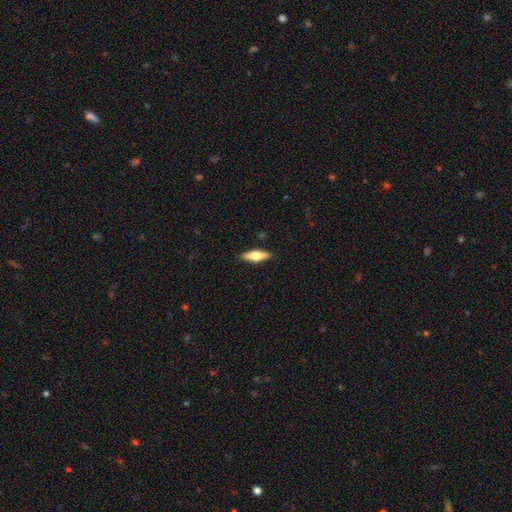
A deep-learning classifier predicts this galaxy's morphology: type=smooth (50%); merging=none (89%).